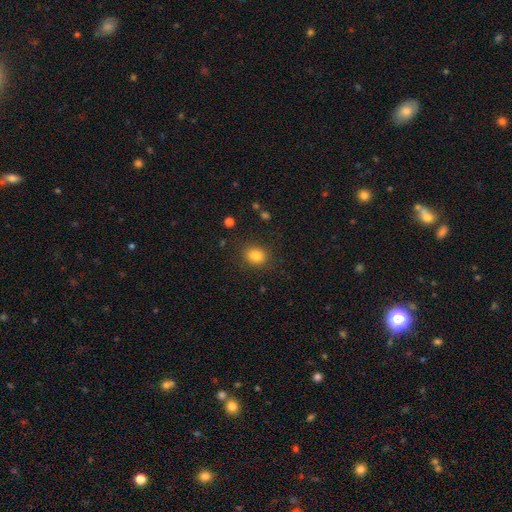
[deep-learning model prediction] Smooth or featured? Predicted: smooth (p=0.83). How rounded? Predicted: round (p=0.58). Merging? Predicted: none (p=0.87).